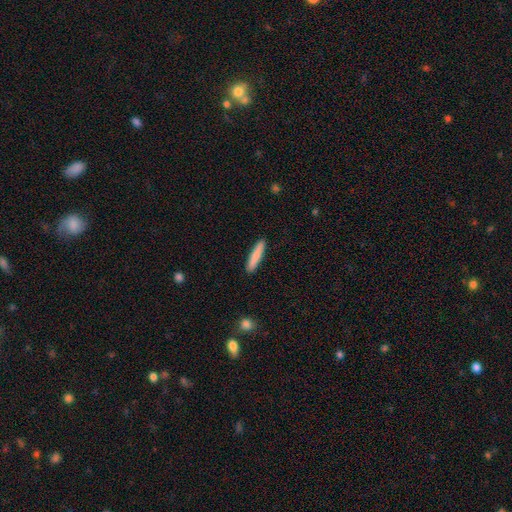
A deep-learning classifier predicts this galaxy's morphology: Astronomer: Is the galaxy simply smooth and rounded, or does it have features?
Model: smooth — 83%.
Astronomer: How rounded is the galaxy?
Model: cigar-shaped — 92%.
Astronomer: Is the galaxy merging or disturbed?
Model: none — 91%.